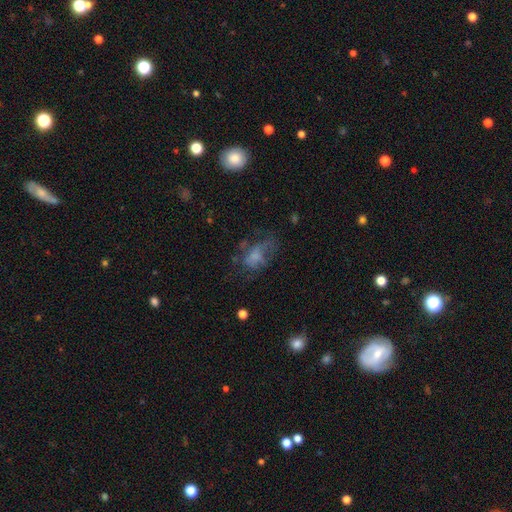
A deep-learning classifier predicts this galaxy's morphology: This is possibly a smooth galaxy (47%). Merging: marginally none (41%).